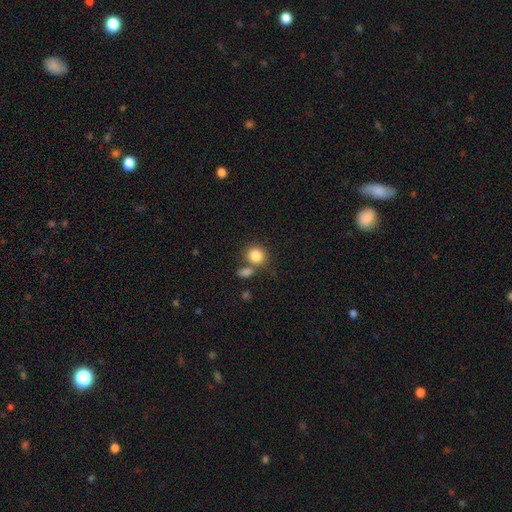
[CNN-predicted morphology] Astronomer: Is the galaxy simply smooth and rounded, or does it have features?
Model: smooth — 84%.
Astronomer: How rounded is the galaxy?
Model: round — 75%.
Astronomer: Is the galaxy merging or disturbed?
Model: none — 60%.